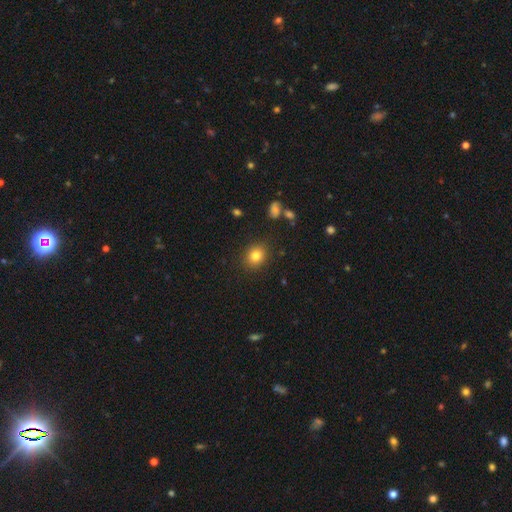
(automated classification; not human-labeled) Q: Smooth or featured?
A: smooth (81%); runner-up: star or artifact (11%)
Q: How rounded?
A: round (65%); runner-up: in between (34%)
Q: Merging?
A: none (87%); runner-up: minor disturbance (9%)